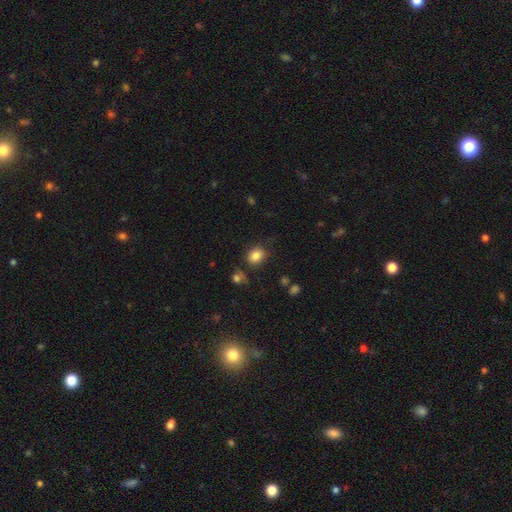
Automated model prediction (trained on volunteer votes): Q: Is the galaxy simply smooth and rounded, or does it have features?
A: smooth — 83%.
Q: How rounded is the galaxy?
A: round — 51%.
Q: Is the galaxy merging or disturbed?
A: none — 77%.